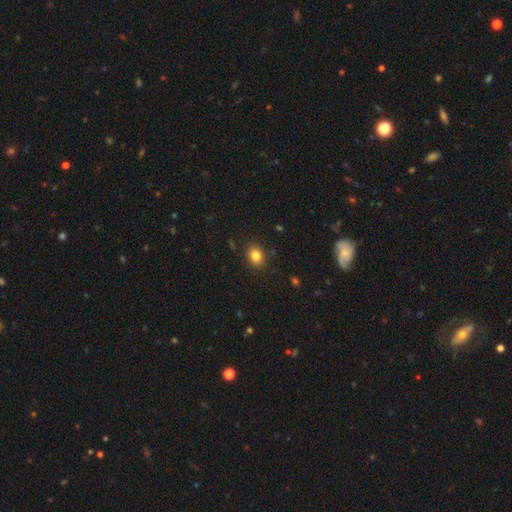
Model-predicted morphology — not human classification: A smooth galaxy with no disk features (83%) that is round (59%).

Vote fractions:
- Smooth or featured? smooth: 83% / star or artifact: 11% / featured or disk: 6%
- How rounded? round: 59% / in between: 40% / cigar-shaped: 1%
- Merging? none: 88% / minor disturbance: 8% / major disturbance: 2% / merger: 1%